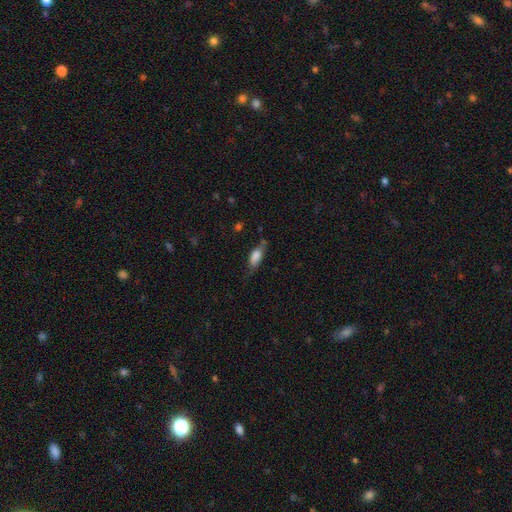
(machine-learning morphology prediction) The model was most divided on "merging": none: 51%, minor disturbance: 33%, major disturbance: 12%, merger: 4%. More confident: how rounded — in between (79%); smooth or featured — smooth (76%).